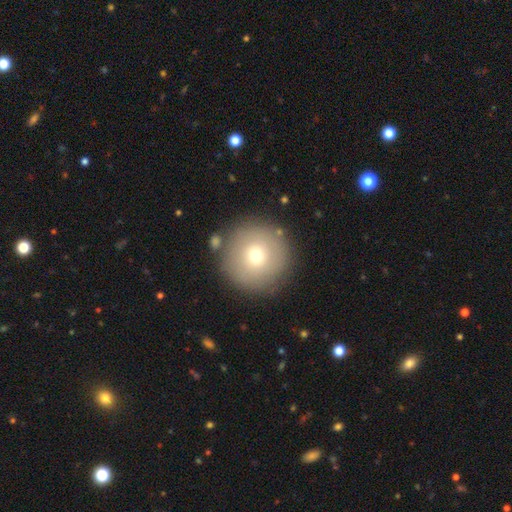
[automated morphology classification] The model was most divided on "smooth or featured": smooth: 72%, featured or disk: 18%, star or artifact: 11%. More confident: how rounded — round (97%); merging — none (85%).